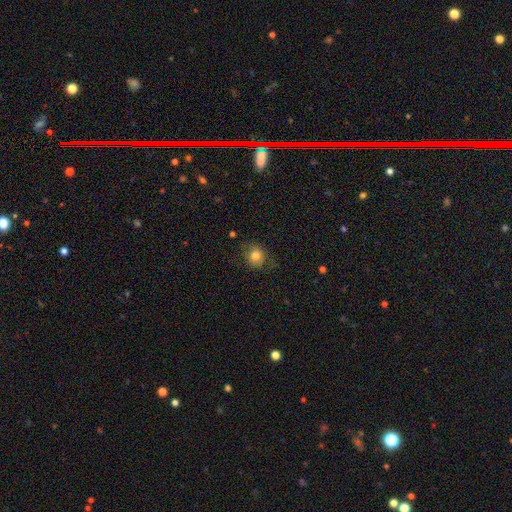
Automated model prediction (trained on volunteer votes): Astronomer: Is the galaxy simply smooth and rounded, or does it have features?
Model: smooth — 77%.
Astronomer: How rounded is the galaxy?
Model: round — 72%.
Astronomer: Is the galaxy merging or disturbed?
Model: none — 72%.